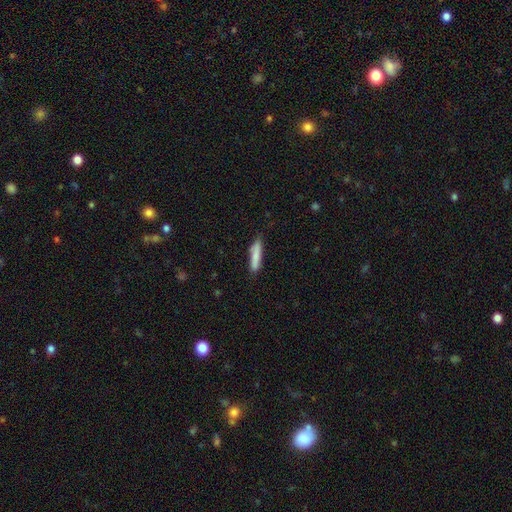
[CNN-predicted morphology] Smooth or featured: smooth — 81% (featured or disk — 13%)
How rounded: cigar-shaped — 84% (in between — 15%)
Merging: none — 81% (minor disturbance — 15%)